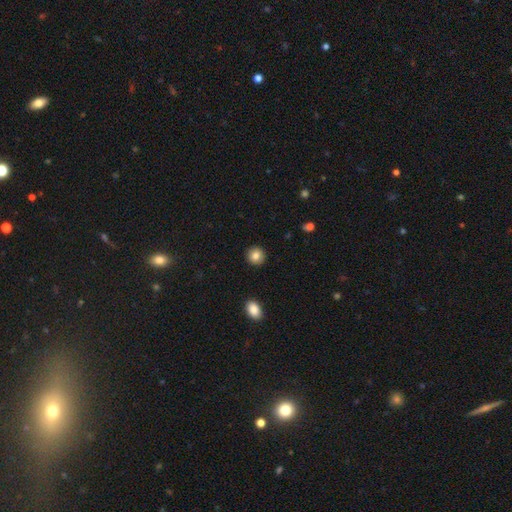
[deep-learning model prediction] A smooth galaxy with no disk features (85%) that is round (92%).

Vote fractions:
- Smooth or featured? smooth: 85% / star or artifact: 8% / featured or disk: 7%
- How rounded? round: 92% / in between: 7% / cigar-shaped: 1%
- Merging? none: 92% / minor disturbance: 5% / major disturbance: 2% / merger: 1%